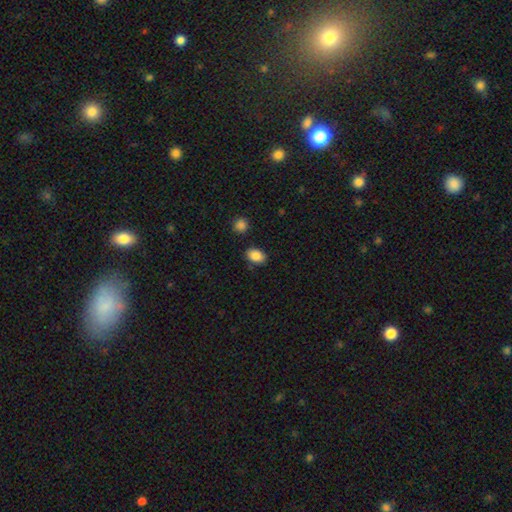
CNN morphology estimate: A smooth galaxy with no disk features (87%) that is in between round and cigar-shaped (81%). Merging: none (83%).